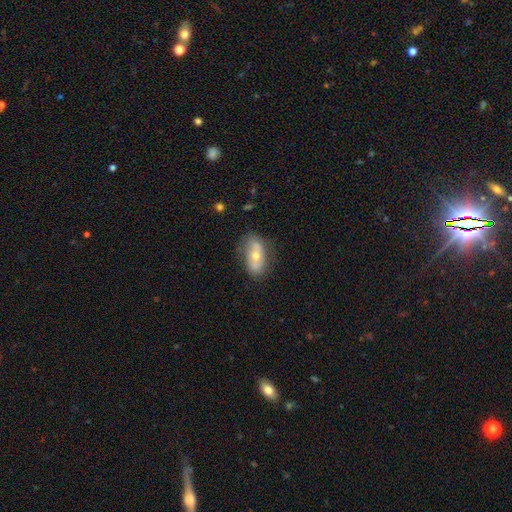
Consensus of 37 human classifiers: This is likely a featured or disk galaxy (65%). It is clearly not viewed edge-on (92%). Bar: likely no (73%). Spiral arm pattern: possibly no (55%). Central bulge: likely moderate (64%). Merging: clearly none (80%).